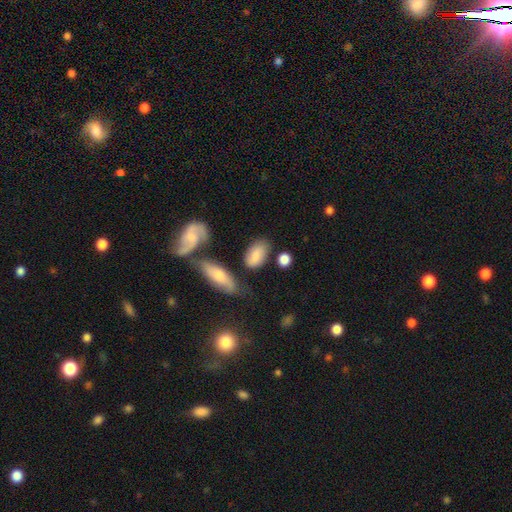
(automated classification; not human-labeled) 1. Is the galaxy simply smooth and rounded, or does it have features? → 76% smooth, 16% featured or disk, 8% star or artifact.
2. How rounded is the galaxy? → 91% in between, 7% round, 3% cigar-shaped.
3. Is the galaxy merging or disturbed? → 67% none, 19% minor disturbance, 8% merger, 6% major disturbance.